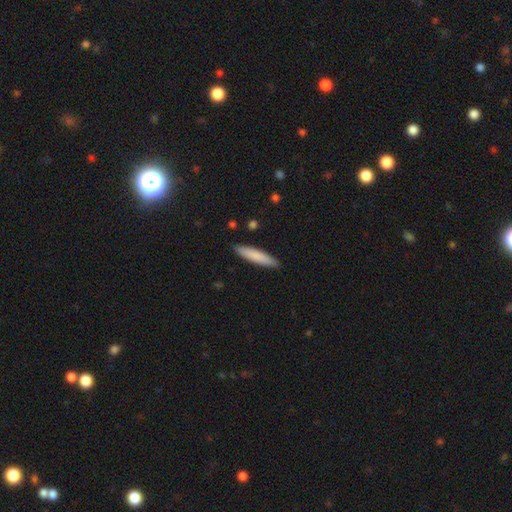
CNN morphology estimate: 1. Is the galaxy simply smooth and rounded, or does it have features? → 81% smooth, 13% featured or disk, 5% star or artifact.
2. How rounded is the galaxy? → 86% cigar-shaped, 13% in between, 1% round.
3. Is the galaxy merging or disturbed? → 89% none, 8% minor disturbance, 2% major disturbance, 1% merger.